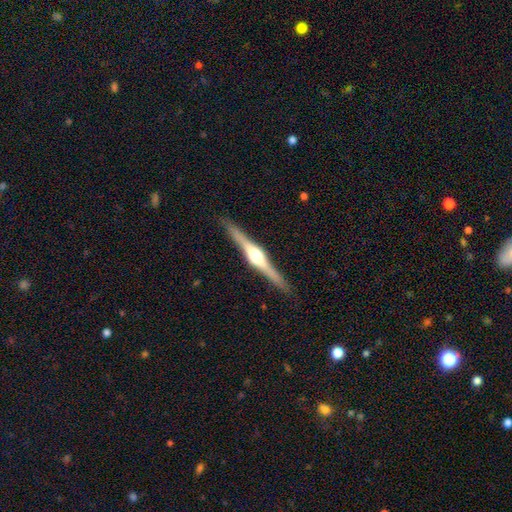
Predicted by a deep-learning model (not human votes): Morphology: type=featured or disk (83%); edge-on=yes (98%); edge-on bulge=rounded (92%); merging=none (91%).